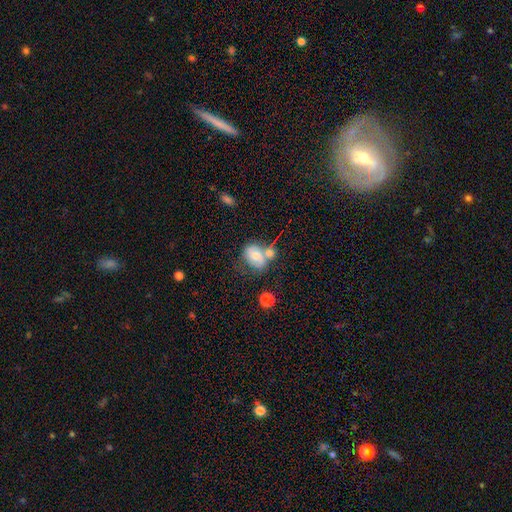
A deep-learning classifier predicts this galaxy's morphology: Smooth or featured? Predicted: smooth (p=0.56). How rounded? Predicted: in between (p=0.61). Merging? Predicted: none (p=0.37).